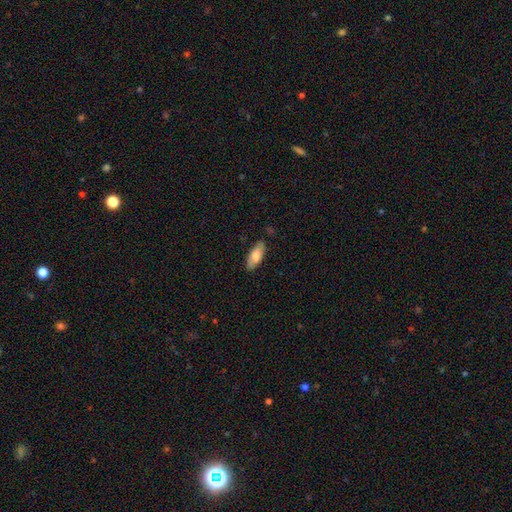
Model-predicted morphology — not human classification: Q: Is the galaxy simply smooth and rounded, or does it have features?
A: smooth — 75%.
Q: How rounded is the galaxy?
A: in between — 77%.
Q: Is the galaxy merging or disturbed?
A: none — 83%.